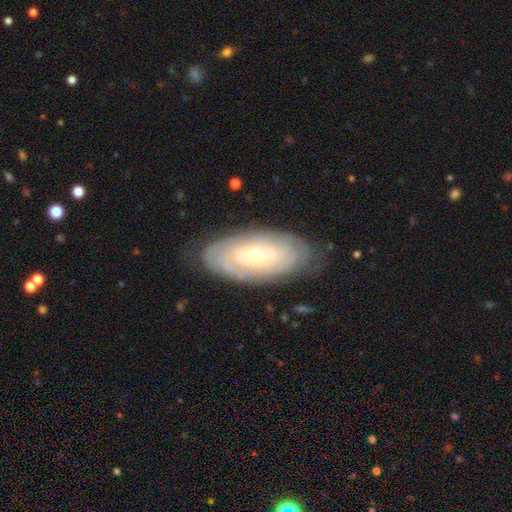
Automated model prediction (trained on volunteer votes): Smooth or featured? Predicted: featured or disk (p=0.75). Edge-on disk? Predicted: no (p=0.91). Bar? Predicted: no (p=0.74). Spiral arms? Predicted: yes (p=0.82). Spiral winding? Predicted: tight (p=0.80). Spiral arm count? Predicted: can't tell (p=0.62). Bulge size? Predicted: moderate (p=0.51). Merging? Predicted: none (p=0.79).